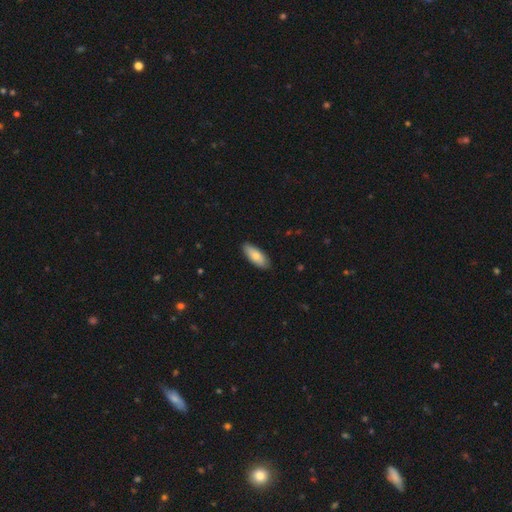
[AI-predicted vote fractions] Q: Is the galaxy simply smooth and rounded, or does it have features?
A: smooth — 78%.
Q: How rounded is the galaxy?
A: in between — 78%.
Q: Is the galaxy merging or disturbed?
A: none — 87%.